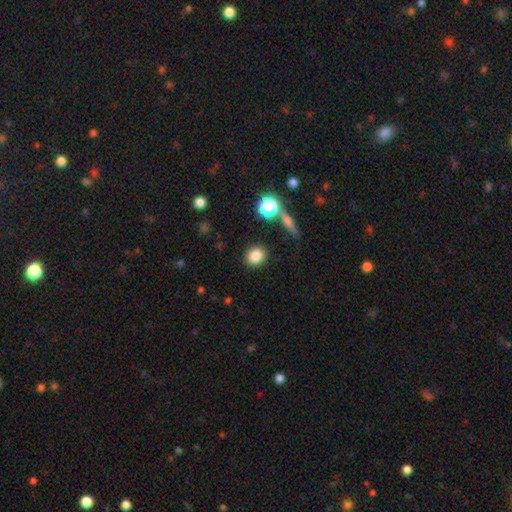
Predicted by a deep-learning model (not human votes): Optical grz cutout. It shows a smooth galaxy with no disk features (83%) that is round (68%). Merging: none (86%).